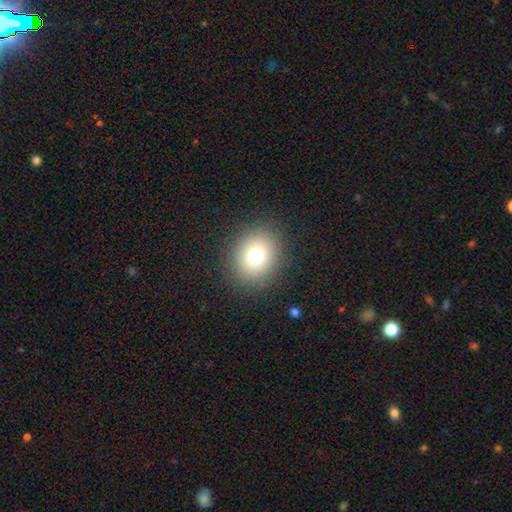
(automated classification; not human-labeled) Morphology: type=smooth (74%); roundness=round (66%); merging=none (88%).